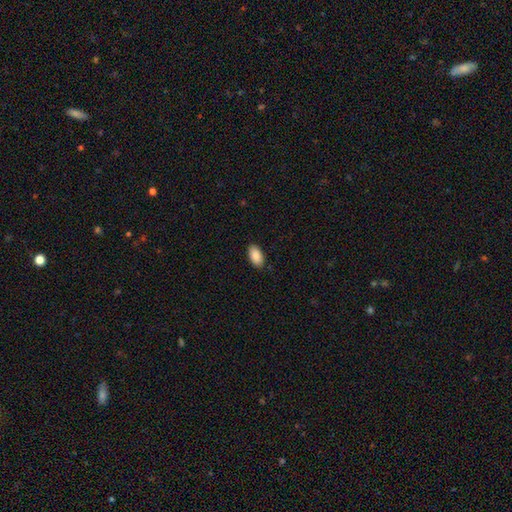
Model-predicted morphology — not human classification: Smooth or featured: smooth — 88% (star or artifact — 7%)
How rounded: in between — 95% (round — 3%)
Merging: none — 89% (minor disturbance — 9%)